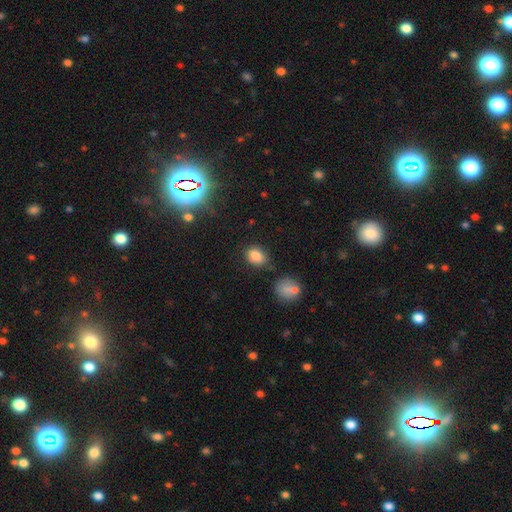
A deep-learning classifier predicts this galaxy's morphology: A smooth galaxy with no disk features (82%) that is in between round and cigar-shaped (70%). Merging: none (72%).